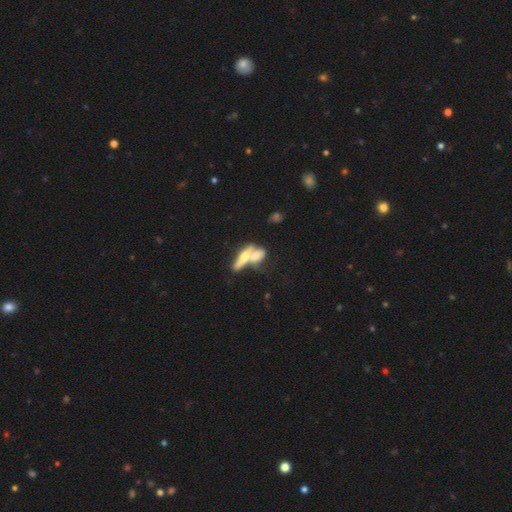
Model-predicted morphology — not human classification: A featured or disk galaxy (49%).

Vote fractions:
- Smooth or featured? featured or disk: 49% / smooth: 43% / star or artifact: 9%
- Merging? merger: 62% / none: 24% / minor disturbance: 8% / major disturbance: 6%